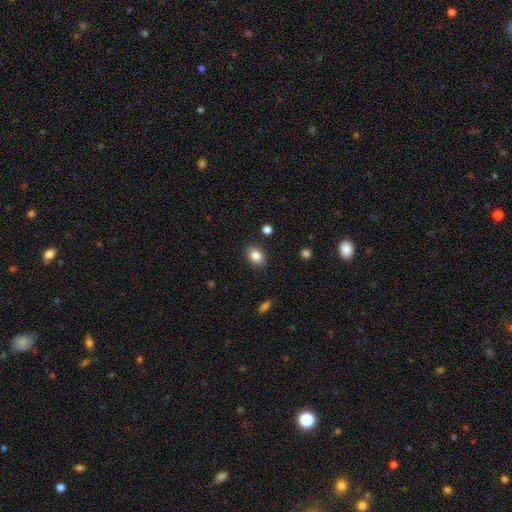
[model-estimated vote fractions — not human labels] smooth-or-featured: smooth: 83% | star or artifact: 10% | featured or disk: 7%
  how-rounded: in between: 64% | round: 35% | cigar-shaped: 1%
  merging: none: 88% | minor disturbance: 8% | major disturbance: 2% | merger: 2%